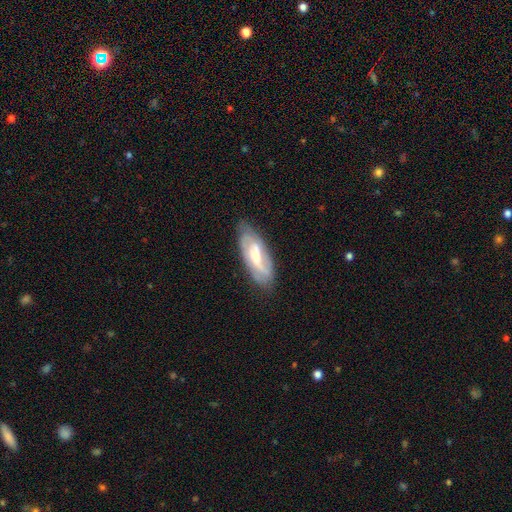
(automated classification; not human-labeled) smooth-or-featured: featured or disk: 67% | smooth: 27% | star or artifact: 6%
  disk-edge-on: no: 88% | yes: 12%
    bar: weak: 47% | no: 29% | strong: 24%
    has-spiral-arms: yes: 86% | no: 14%
      spiral-winding: medium: 43% | tight: 38% | loose: 19%
      spiral-arm-count: 2: 57% | can't tell: 27% | 3: 7% | 1: 6% | 4: 2% | more than 4: 2%
    bulge-size: moderate: 45% | small: 31% | large: 12% | none: 10% | dominant: 2%
  merging: none: 71% | minor disturbance: 21% | major disturbance: 6% | merger: 2%